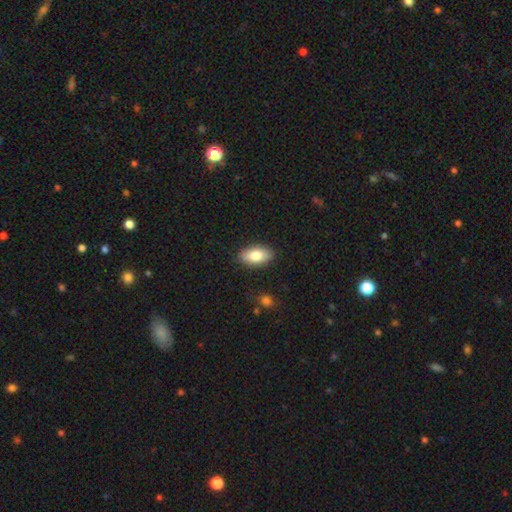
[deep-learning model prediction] The model was most divided on "smooth or featured": smooth: 83%, featured or disk: 11%, star or artifact: 6%. More confident: how rounded — in between (92%); merging — none (86%).